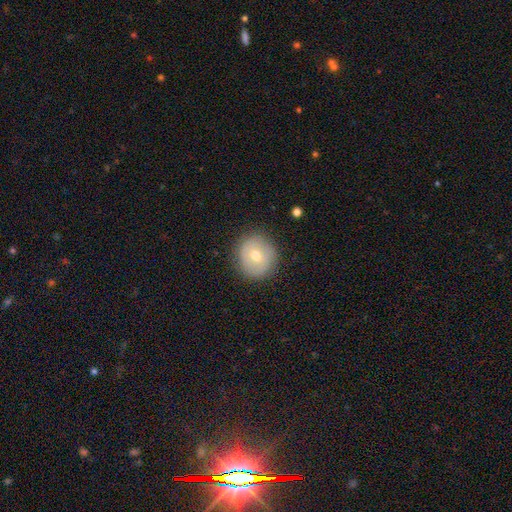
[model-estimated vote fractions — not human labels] Q: Smooth or featured?
A: smooth (59%); runner-up: featured or disk (32%)
Q: How rounded?
A: round (90%); runner-up: in between (9%)
Q: Merging?
A: none (86%); runner-up: minor disturbance (10%)